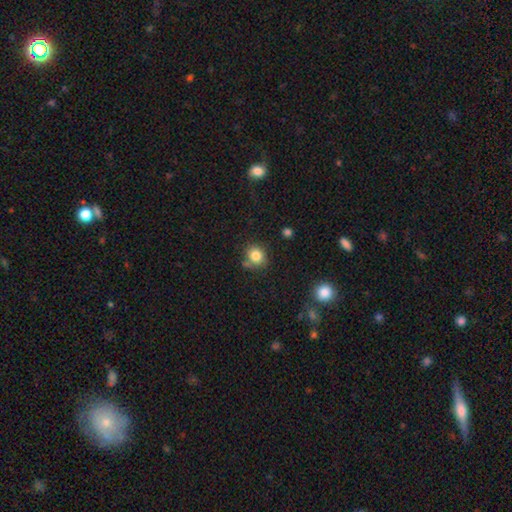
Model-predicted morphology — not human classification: smooth_or_featured: smooth (p=0.82) [alt: star or artifact p=0.11]
how_rounded: round (p=0.78) [alt: in between p=0.21]
merging: none (p=0.71) [alt: minor disturbance p=0.15]